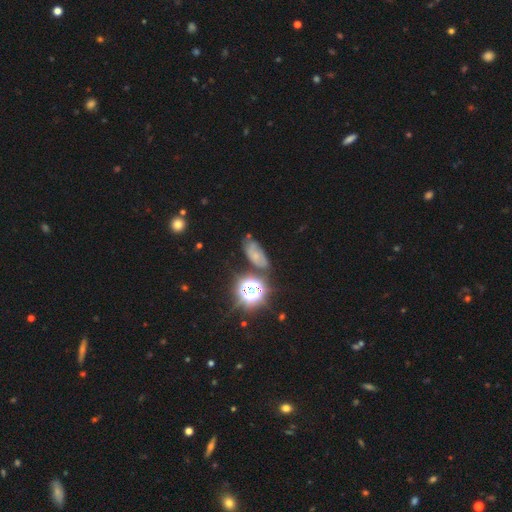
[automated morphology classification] This is marginally a smooth galaxy (37%). Merging: likely none (61%).